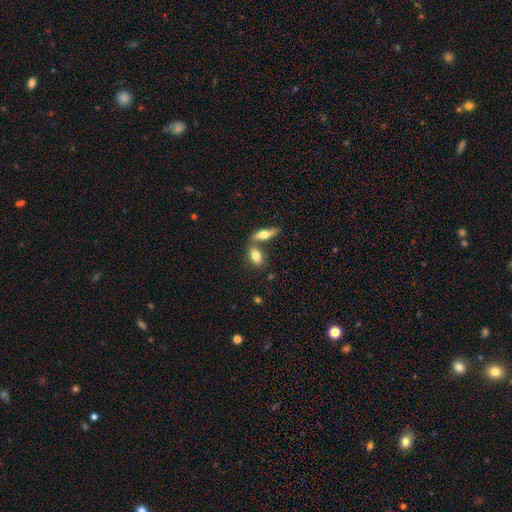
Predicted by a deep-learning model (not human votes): The model was most divided on "merging": none: 52%, merger: 35%, minor disturbance: 10%, major disturbance: 3%. More confident: how rounded — in between (81%); smooth or featured — smooth (76%).